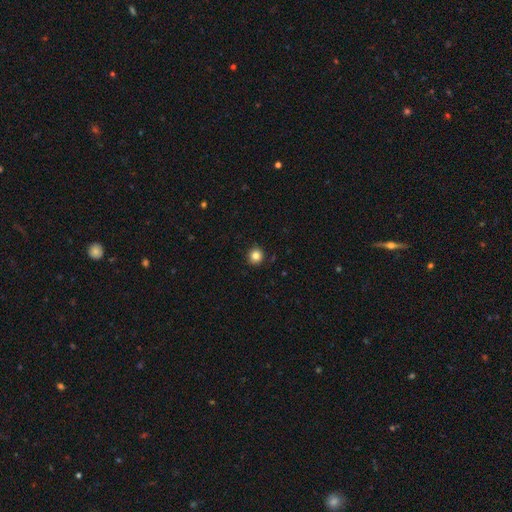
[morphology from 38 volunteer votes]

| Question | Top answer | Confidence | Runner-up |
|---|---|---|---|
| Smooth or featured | smooth | 84% | featured or disk (11%) |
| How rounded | round | 97% | in between (3%) |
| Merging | none | 94% | minor disturbance (3%) |